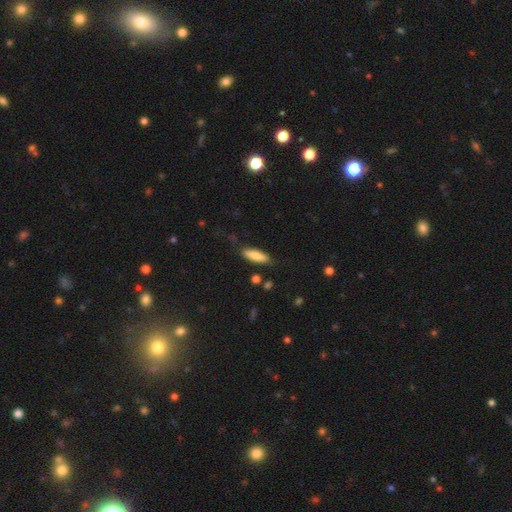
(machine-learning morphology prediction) smooth_or_featured: smooth (p=0.85) [alt: featured or disk p=0.09]
how_rounded: cigar-shaped (p=0.51) [alt: in between p=0.48]
merging: none (p=0.82) [alt: minor disturbance p=0.13]